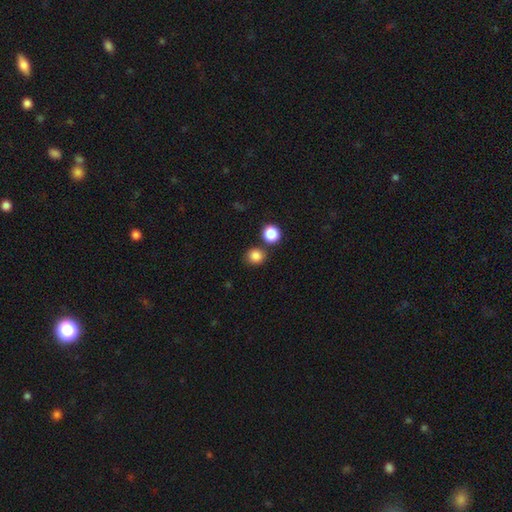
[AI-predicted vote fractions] Q: Smooth or featured?
A: smooth (85%); runner-up: star or artifact (11%)
Q: How rounded?
A: round (83%); runner-up: in between (16%)
Q: Merging?
A: none (74%); runner-up: merger (14%)